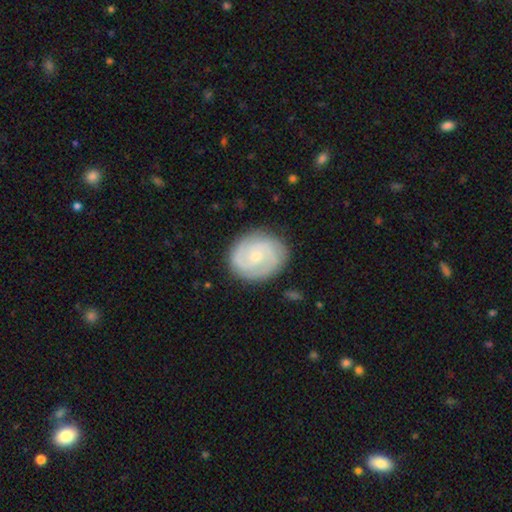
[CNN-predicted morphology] featured or disk 78%, smooth 16%, star or artifact 5%. Down the decision tree: edge-on disk — no (98%); bar — no (63%); spiral arms — yes (95%); spiral arm count — 2 (65%); spiral winding — tight (57%); bulge size — small (66%); merging — none (85%).